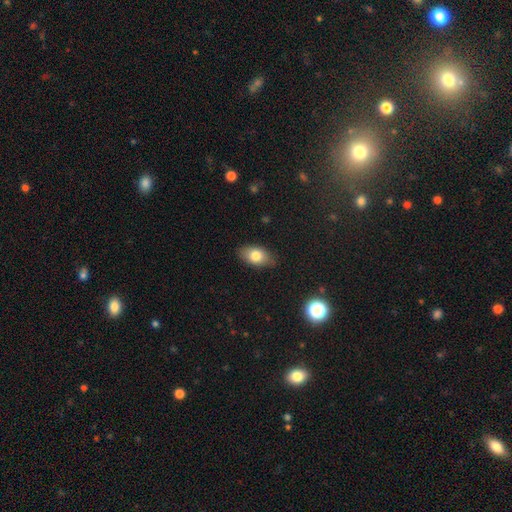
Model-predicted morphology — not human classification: Smooth or featured: smooth — 79% (featured or disk — 12%)
How rounded: in between — 88% (round — 10%)
Merging: none — 82% (minor disturbance — 14%)